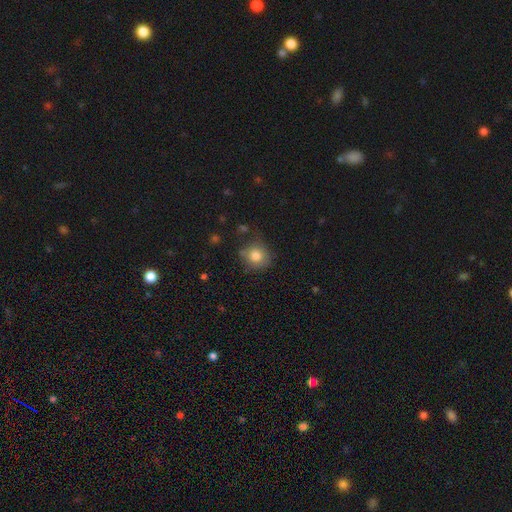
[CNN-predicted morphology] Smooth or featured?
  - smooth: 80% *
  - star or artifact: 10%
  - featured or disk: 10%
How rounded?
  - round: 84% *
  - in between: 15%
  - cigar-shaped: 1%
Merging?
  - none: 70% *
  - minor disturbance: 21%
  - major disturbance: 6%
  - merger: 3%